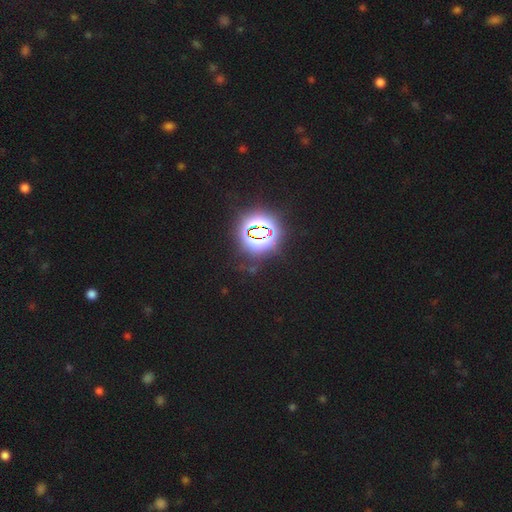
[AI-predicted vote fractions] star or artifact 82%, smooth 11%, featured or disk 6%.